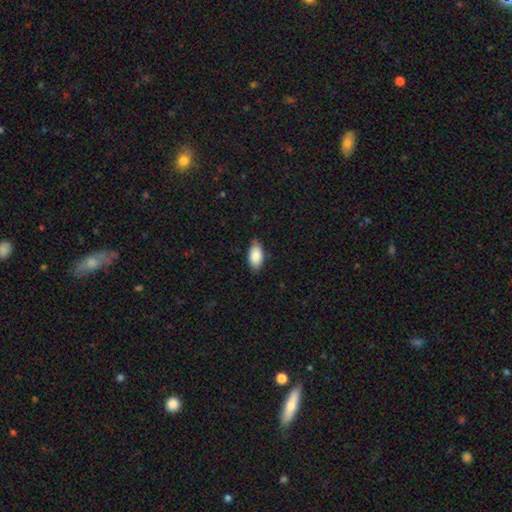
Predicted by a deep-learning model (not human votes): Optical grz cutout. It shows a smooth galaxy with no disk features (87%) that is in between round and cigar-shaped (94%). Merging: none (80%).